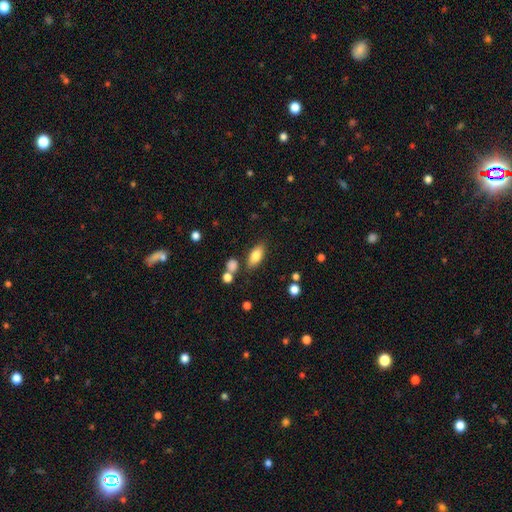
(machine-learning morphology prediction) Smooth or featured? smooth (78%)
How rounded? in between (84%)
Merging? none (78%)